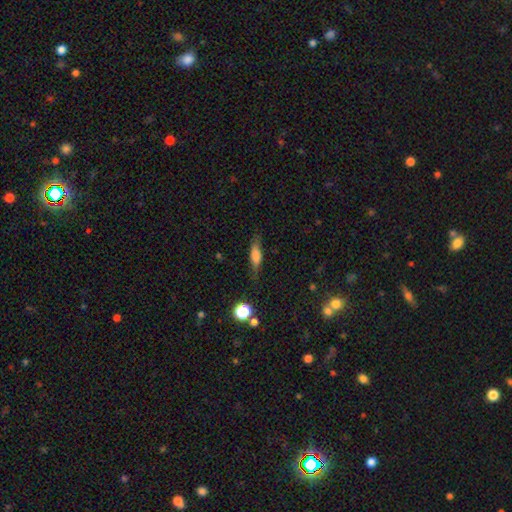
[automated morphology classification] smooth 66%, featured or disk 24%, star or artifact 10%. Down the decision tree: how rounded — cigar-shaped (52%); merging — none (76%).